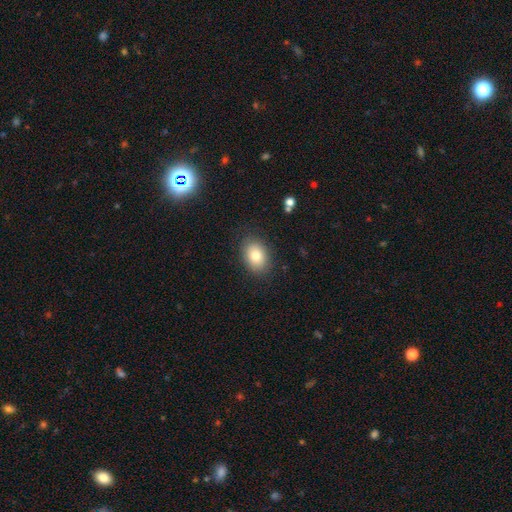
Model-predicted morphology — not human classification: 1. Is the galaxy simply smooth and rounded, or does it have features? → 80% smooth, 11% featured or disk, 9% star or artifact.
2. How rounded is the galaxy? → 77% in between, 22% round, 1% cigar-shaped.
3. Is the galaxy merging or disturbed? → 85% none, 10% minor disturbance, 3% major disturbance, 1% merger.